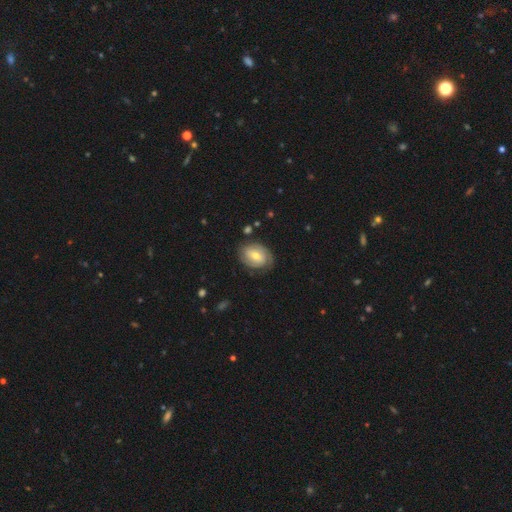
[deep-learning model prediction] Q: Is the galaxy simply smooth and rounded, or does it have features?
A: featured or disk — 53%.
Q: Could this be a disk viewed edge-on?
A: no — 95%.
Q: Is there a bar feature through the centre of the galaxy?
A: no — 46%.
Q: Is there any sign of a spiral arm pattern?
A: yes — 70%.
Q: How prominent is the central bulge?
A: moderate — 61%.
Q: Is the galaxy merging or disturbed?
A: none — 75%.